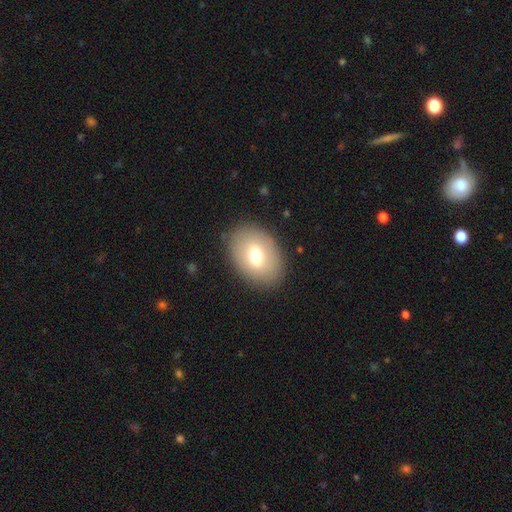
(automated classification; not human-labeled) This appears to be a smooth galaxy with no disk features (69%) that is in between round and cigar-shaped (80%). Merging: none (86%).